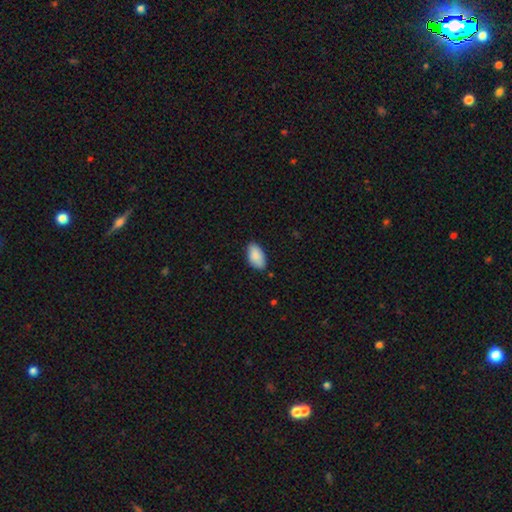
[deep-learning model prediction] The model was most divided on "merging": none: 80%, minor disturbance: 16%, major disturbance: 2%, merger: 1%. More confident: how rounded — in between (94%); smooth or featured — smooth (88%).